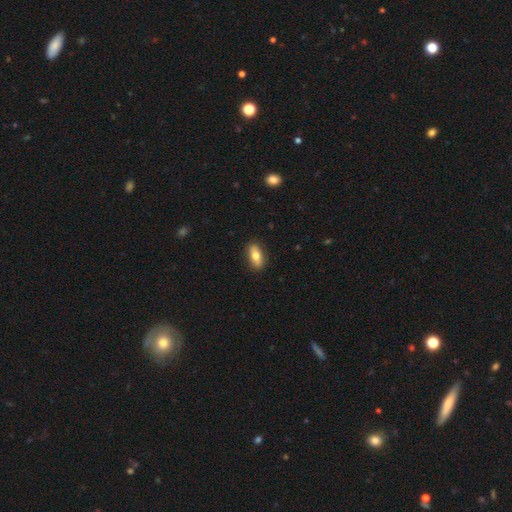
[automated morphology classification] smooth 74%, featured or disk 19%, star or artifact 7%. Down the decision tree: how rounded — in between (82%); merging — none (88%).